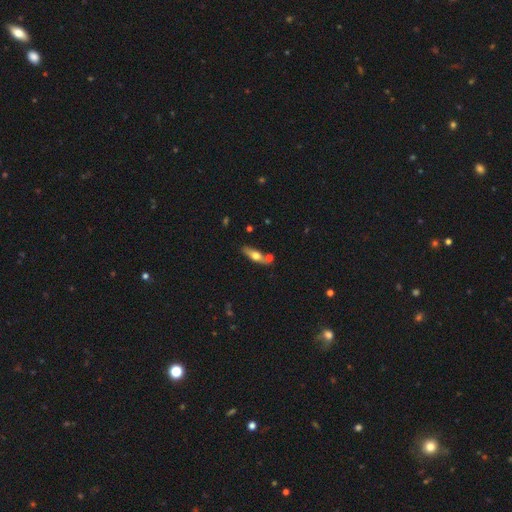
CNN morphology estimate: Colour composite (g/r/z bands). It shows a smooth galaxy with no disk features (51%) that is cigar-shaped (51%). Merging: none (67%).